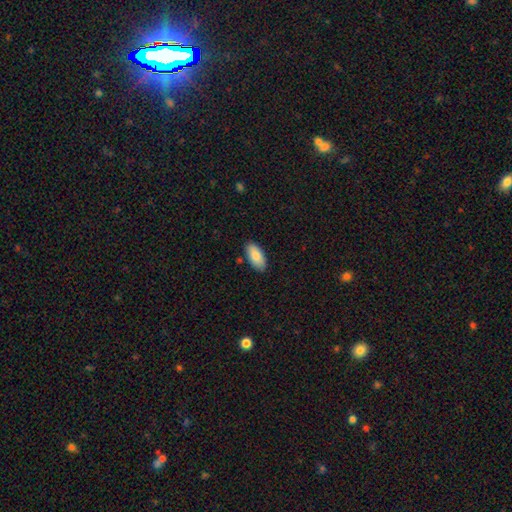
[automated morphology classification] A smooth galaxy with no disk features (86%) that is in between round and cigar-shaped (92%). Merging: none (87%).